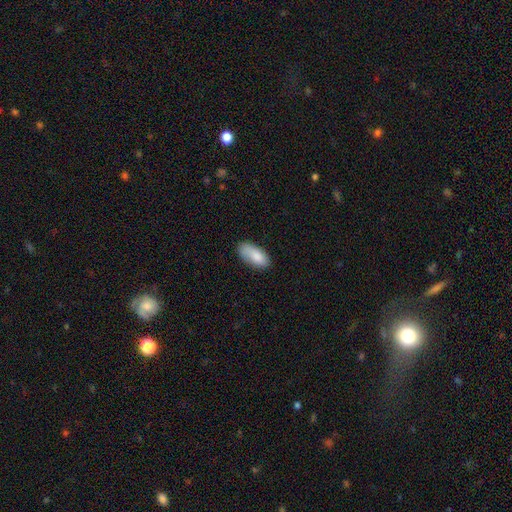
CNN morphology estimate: A smooth galaxy with no disk features (85%) that is in between round and cigar-shaped (90%). Merging: none (72%).